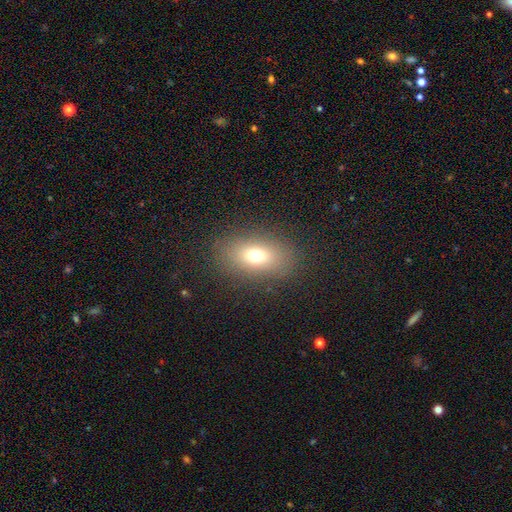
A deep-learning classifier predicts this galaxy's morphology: This appears to be a smooth galaxy with no disk features (71%) that is in between round and cigar-shaped (79%). Merging: none (85%).